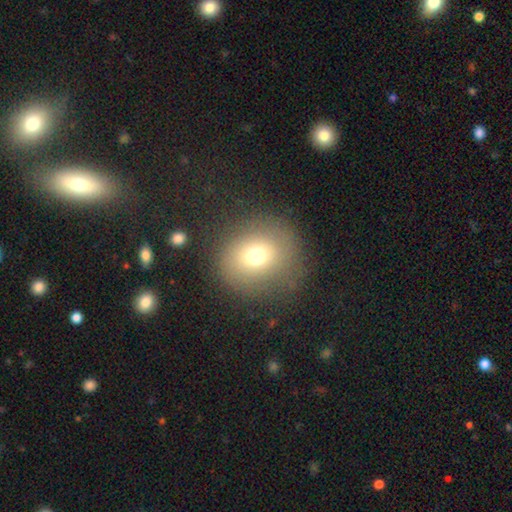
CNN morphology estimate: Overall: smooth (71%). How rounded: round (80%). Merging: none (79%).